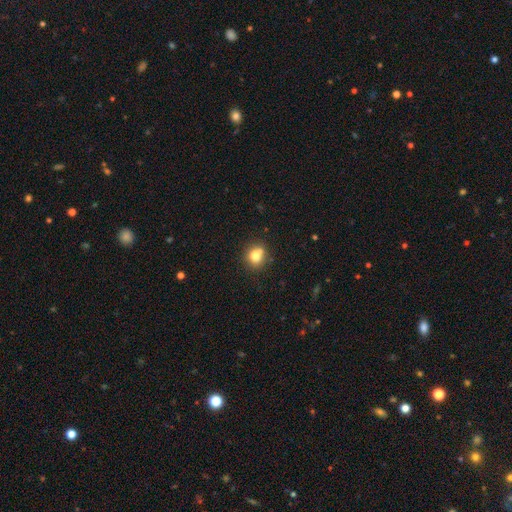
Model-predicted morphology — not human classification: Overall: smooth (78%). How rounded: round (74%). Merging: none (67%).